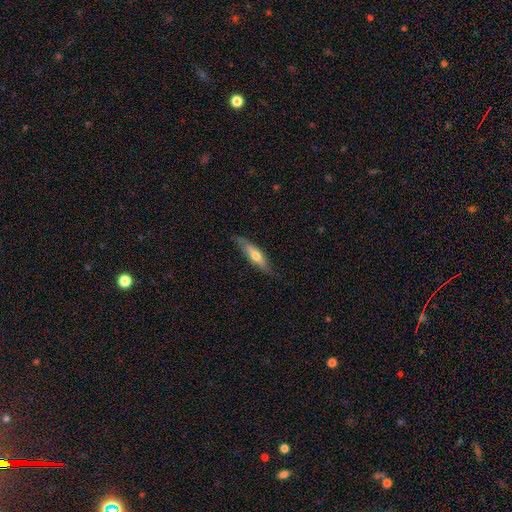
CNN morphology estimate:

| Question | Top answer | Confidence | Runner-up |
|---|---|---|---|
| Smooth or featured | smooth | 52% | featured or disk (42%) |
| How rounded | cigar-shaped | 74% | in between (24%) |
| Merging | none | 79% | minor disturbance (17%) |